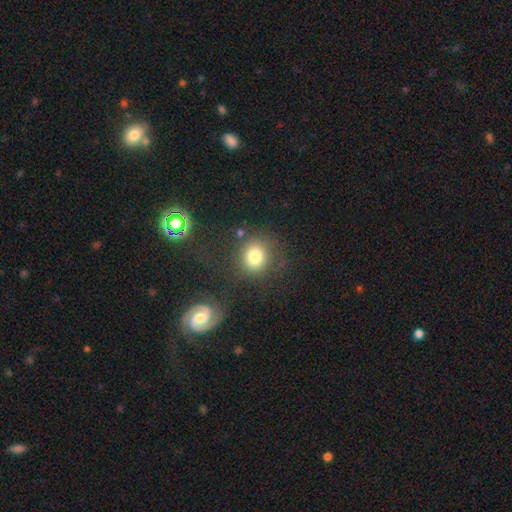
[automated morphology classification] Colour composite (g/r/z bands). It shows a smooth galaxy with no disk features (72%) that is round (82%). Merging: none (81%).